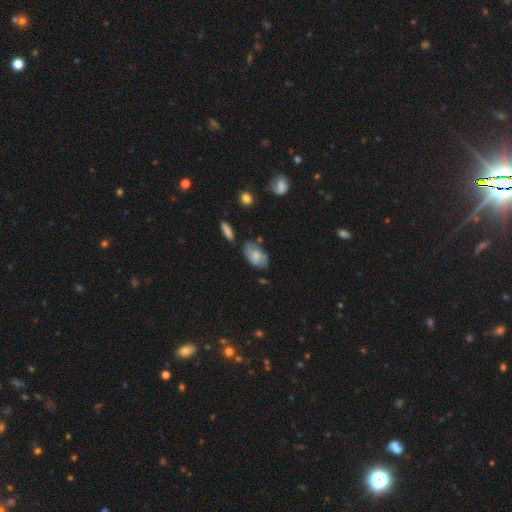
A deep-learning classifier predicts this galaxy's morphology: The model was most divided on "merging": none: 57%, minor disturbance: 29%, major disturbance: 8%, merger: 7%. More confident: how rounded — in between (92%); smooth or featured — smooth (65%).